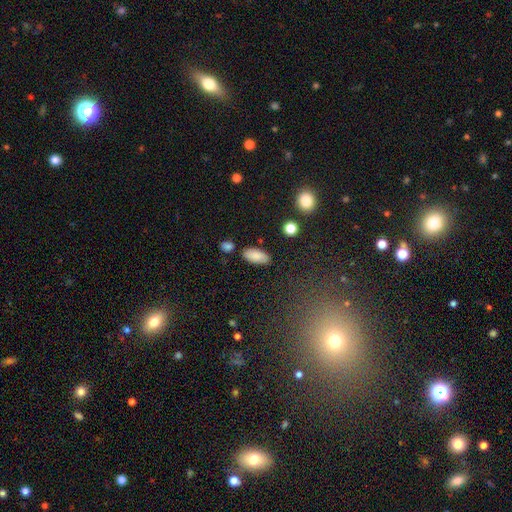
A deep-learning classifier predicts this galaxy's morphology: smooth-or-featured: smooth: 86% | star or artifact: 7% | featured or disk: 6%
  how-rounded: in between: 88% | cigar-shaped: 10% | round: 3%
  merging: none: 83% | minor disturbance: 11% | merger: 4% | major disturbance: 3%